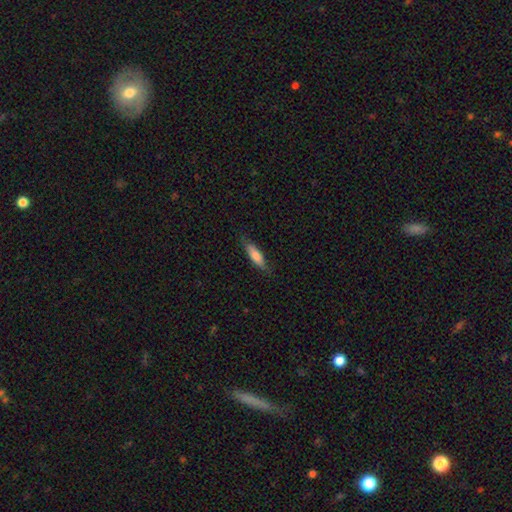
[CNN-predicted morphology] The model was most divided on "how rounded": cigar-shaped: 65%, in between: 33%, round: 2%. More confident: merging — none (79%); smooth or featured — smooth (76%).